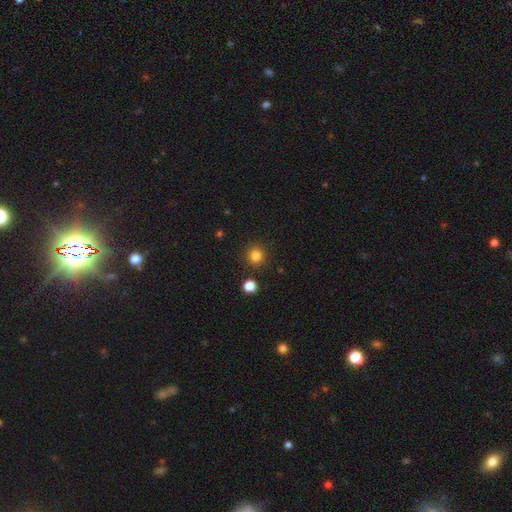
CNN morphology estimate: A smooth galaxy with no disk features (83%) that is round (93%). Merging: none (89%).